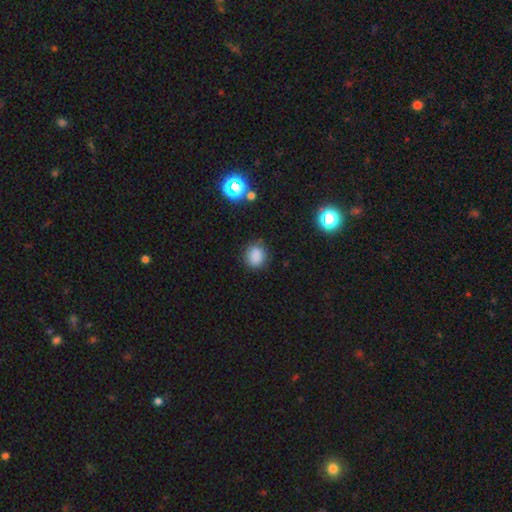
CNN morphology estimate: smooth-or-featured: smooth: 84% | star or artifact: 12% | featured or disk: 4%
  how-rounded: round: 67% | in between: 32% | cigar-shaped: 1%
  merging: none: 80% | minor disturbance: 14% | major disturbance: 4% | merger: 2%